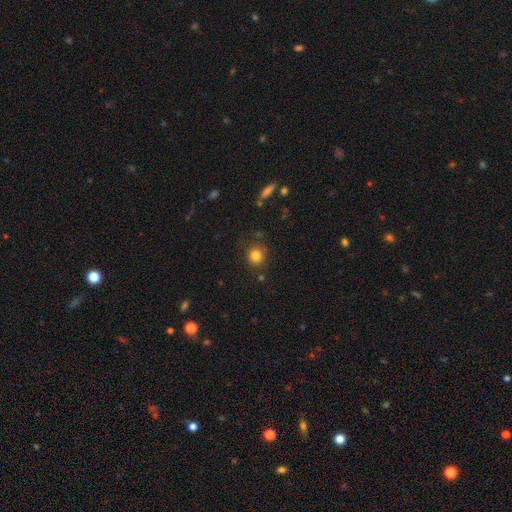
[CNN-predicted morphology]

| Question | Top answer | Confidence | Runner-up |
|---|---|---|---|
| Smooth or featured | smooth | 82% | star or artifact (12%) |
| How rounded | round | 89% | in between (10%) |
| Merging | none | 83% | minor disturbance (11%) |